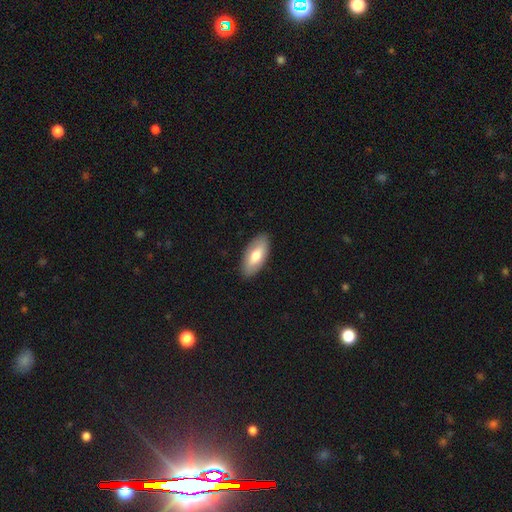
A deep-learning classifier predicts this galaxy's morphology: This is likely a smooth galaxy (67%). How rounded: clearly in between (89%). Merging: clearly none (88%).